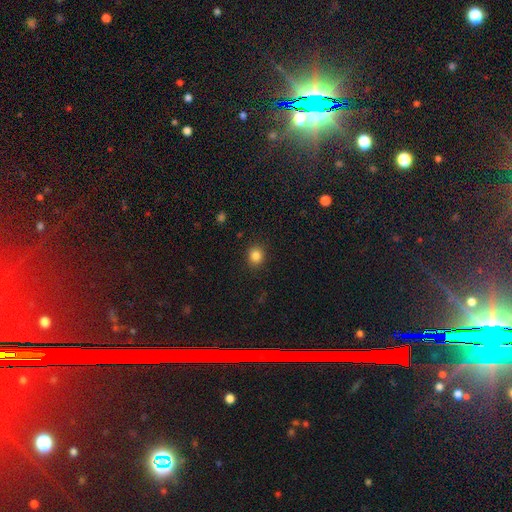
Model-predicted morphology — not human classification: Overall: smooth (85%). How rounded: round (76%). Merging: none (89%).